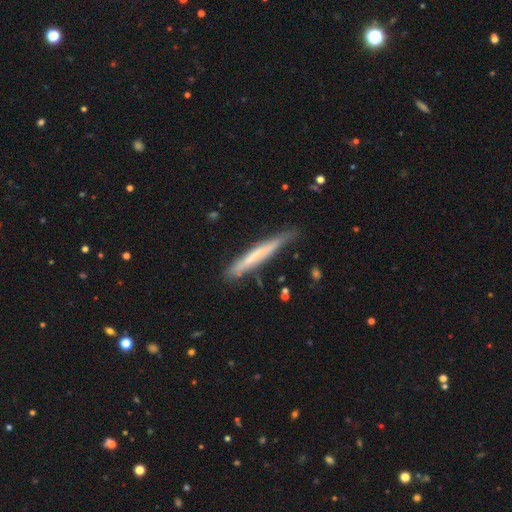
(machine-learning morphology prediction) This is possibly a smooth galaxy (53%). How rounded: clearly cigar-shaped (96%). Merging: likely none (74%).